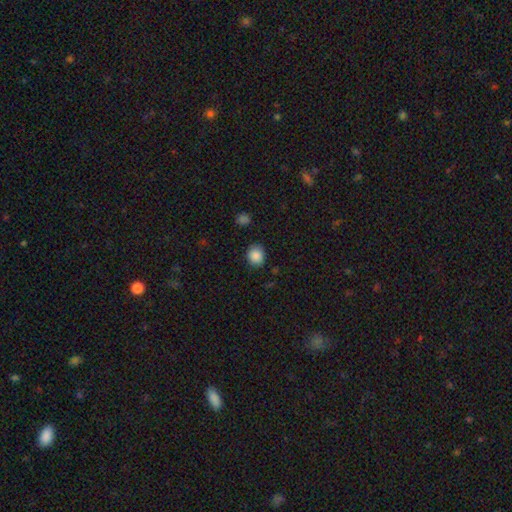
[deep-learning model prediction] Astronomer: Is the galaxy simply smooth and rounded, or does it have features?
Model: smooth — 87%.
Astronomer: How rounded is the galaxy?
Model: round — 76%.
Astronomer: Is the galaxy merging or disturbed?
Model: none — 86%.